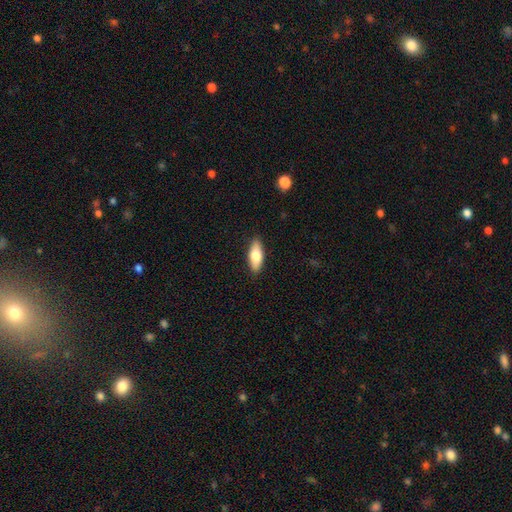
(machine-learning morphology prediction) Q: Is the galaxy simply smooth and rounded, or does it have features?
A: smooth — 76%.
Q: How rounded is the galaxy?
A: in between — 76%.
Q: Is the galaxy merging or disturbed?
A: none — 89%.